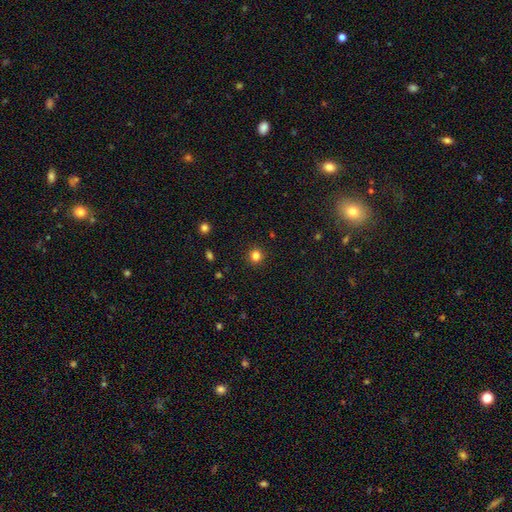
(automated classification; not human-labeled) This appears to be a smooth galaxy with no disk features (82%) that is round (94%). Merging: none (92%).